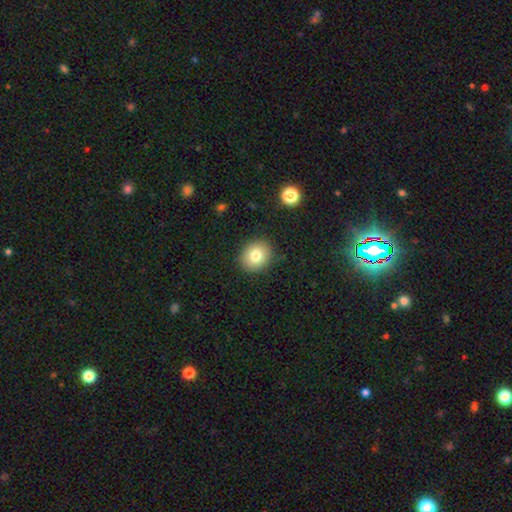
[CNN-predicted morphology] Q: Smooth or featured?
A: smooth (78%); runner-up: featured or disk (11%)
Q: How rounded?
A: round (66%); runner-up: in between (33%)
Q: Merging?
A: none (89%); runner-up: minor disturbance (8%)